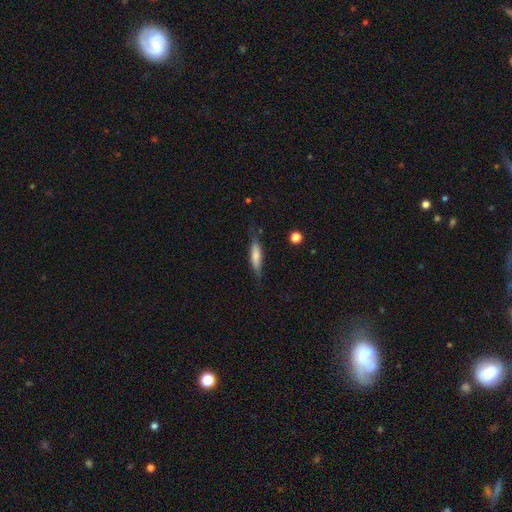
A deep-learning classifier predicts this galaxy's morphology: This is likely a smooth galaxy (66%). How rounded: likely cigar-shaped (72%). Merging: likely none (73%).